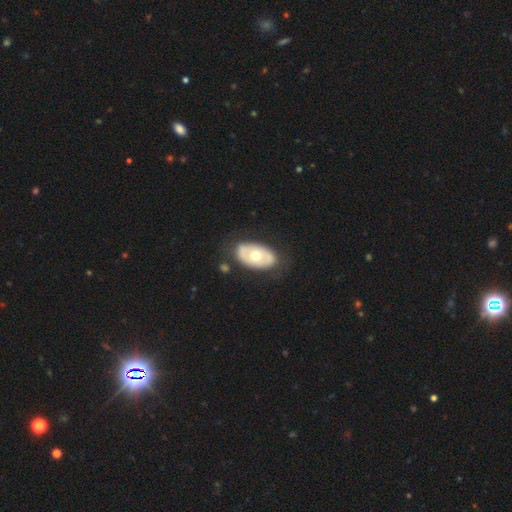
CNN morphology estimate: smooth_or_featured: featured or disk (p=0.51) [alt: smooth p=0.44]
disk_edge_on: no (p=0.90) [alt: yes p=0.10]
merging: none (p=0.77) [alt: minor disturbance p=0.15]